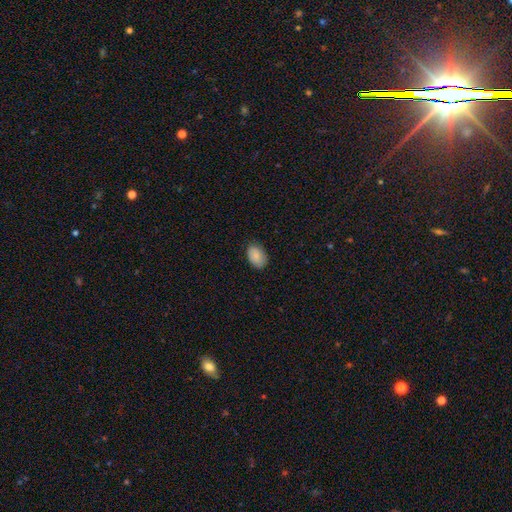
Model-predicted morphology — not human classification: This appears to be a smooth galaxy with no disk features (86%) that is in between round and cigar-shaped (87%). Merging: none (81%).